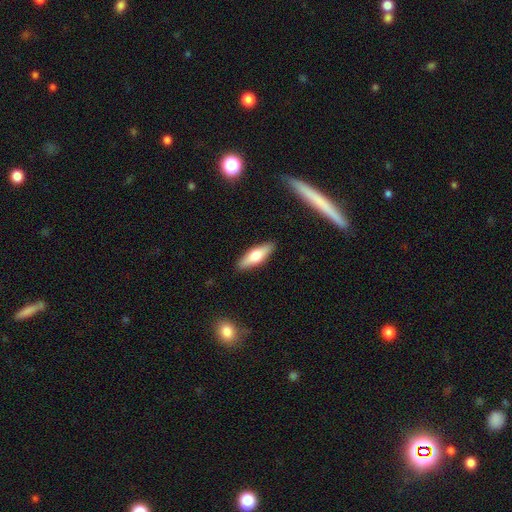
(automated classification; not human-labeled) smooth-or-featured: smooth: 61% | featured or disk: 33% | star or artifact: 6%
  how-rounded: in between: 51% | cigar-shaped: 47% | round: 2%
  merging: none: 89% | minor disturbance: 8% | major disturbance: 2% | merger: 1%